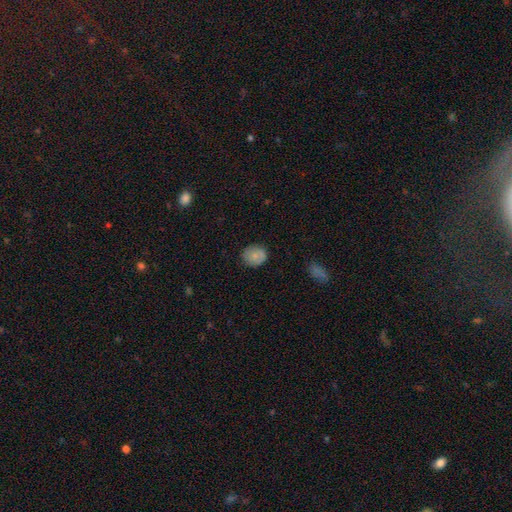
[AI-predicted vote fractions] Q: Smooth or featured?
A: smooth (80%); runner-up: featured or disk (12%)
Q: How rounded?
A: round (71%); runner-up: in between (28%)
Q: Merging?
A: none (81%); runner-up: minor disturbance (15%)